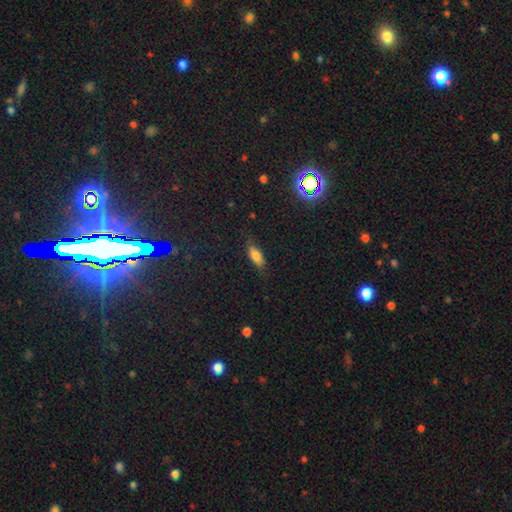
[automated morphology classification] Smooth or featured?
  - smooth: 77% *
  - featured or disk: 13%
  - star or artifact: 10%
How rounded?
  - in between: 75% *
  - cigar-shaped: 22%
  - round: 3%
Merging?
  - none: 76% *
  - minor disturbance: 18%
  - major disturbance: 4%
  - merger: 1%